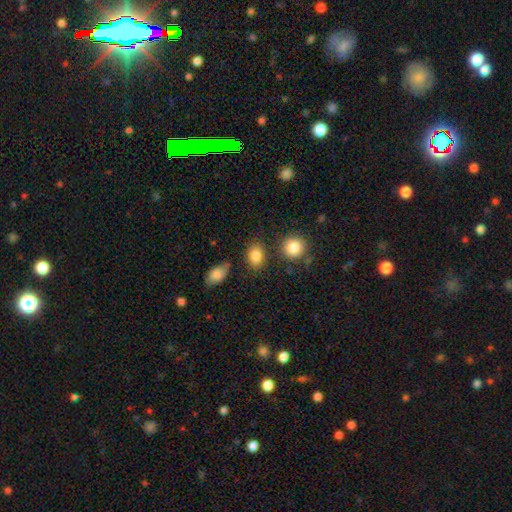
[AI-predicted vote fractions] Overall: smooth (85%). How rounded: in between (70%). Merging: none (76%).